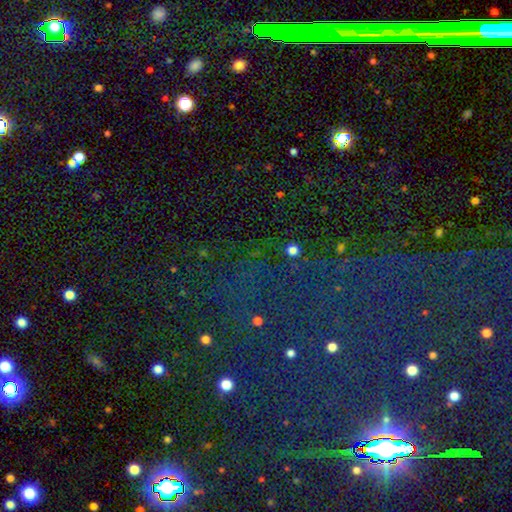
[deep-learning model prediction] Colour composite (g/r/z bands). It shows a star or artifact, not a galaxy (78%).